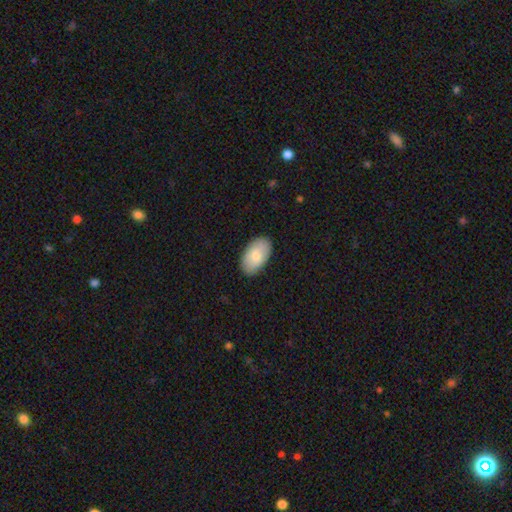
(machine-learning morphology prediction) Smooth or featured? smooth (80%)
How rounded? in between (95%)
Merging? none (87%)